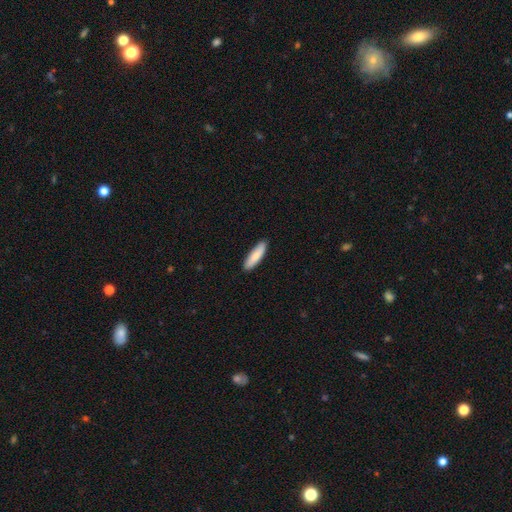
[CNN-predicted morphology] Smooth or featured? smooth (85%)
How rounded? cigar-shaped (67%)
Merging? none (90%)